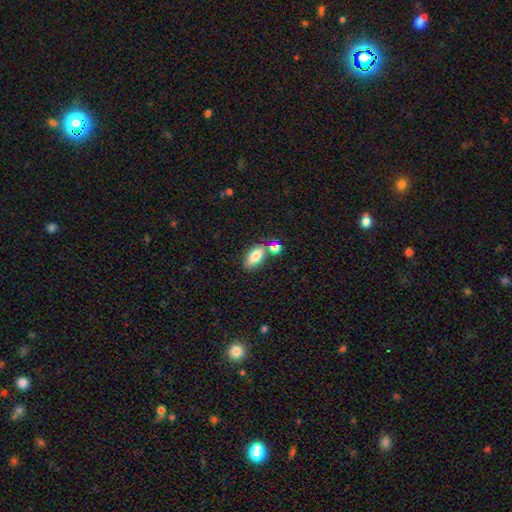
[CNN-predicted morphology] This is likely a smooth galaxy (79%). How rounded: clearly in between (87%). Merging: possibly none (59%).